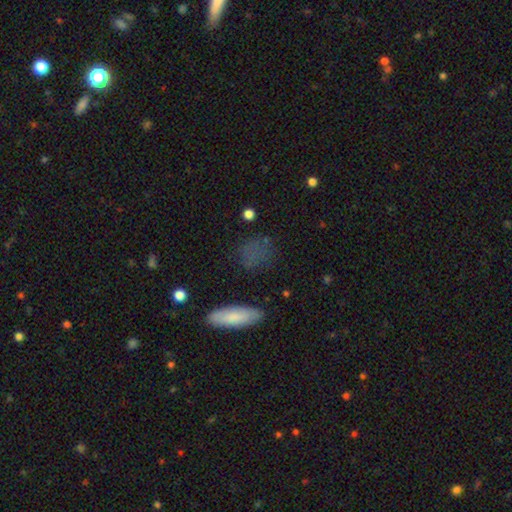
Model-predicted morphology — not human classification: Overall: smooth (68%). How rounded: in between (42%, tied with round). Merging: none (73%).